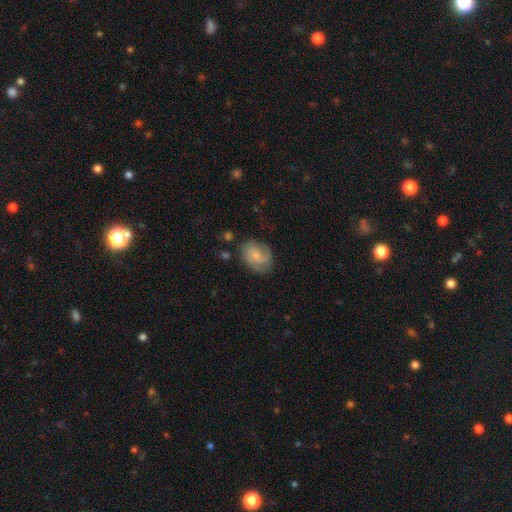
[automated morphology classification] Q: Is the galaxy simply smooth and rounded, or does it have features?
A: featured or disk — 47%.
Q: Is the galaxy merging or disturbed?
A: none — 67%.